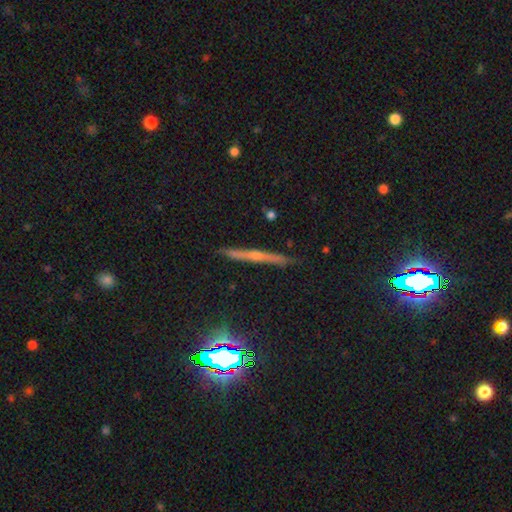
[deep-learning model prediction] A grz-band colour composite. It shows a featured or disk galaxy (62%) viewed edge-on (96%) with a rounded central bulge (69%). Merging: none (89%).